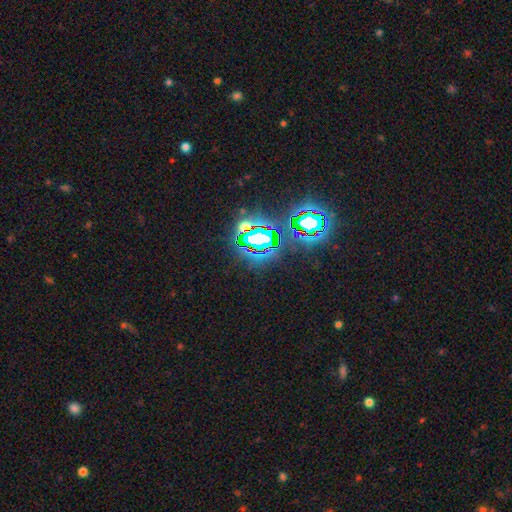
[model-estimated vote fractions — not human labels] Smooth or featured?
  - star or artifact: 82% *
  - smooth: 10%
  - featured or disk: 8%